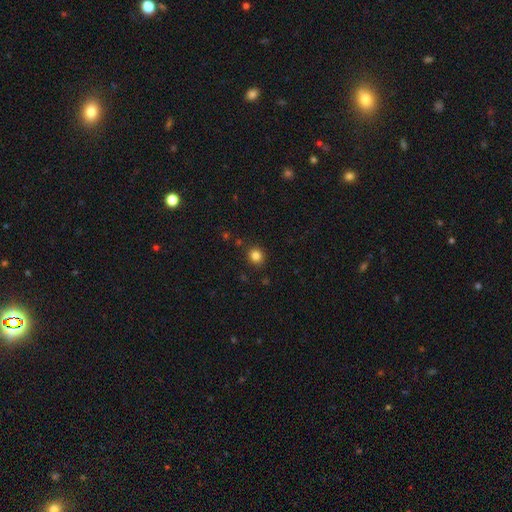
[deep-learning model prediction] This appears to be a smooth galaxy with no disk features (83%) that is round (81%). Merging: none (89%).